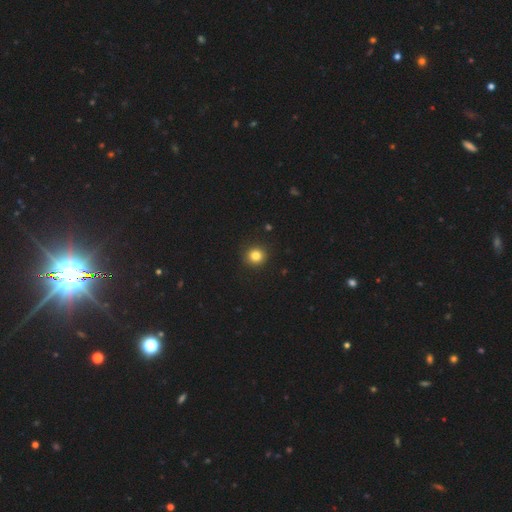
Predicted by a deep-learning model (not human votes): Smooth or featured: smooth — 82% (star or artifact — 12%)
How rounded: round — 92% (in between — 7%)
Merging: none — 92% (minor disturbance — 5%)